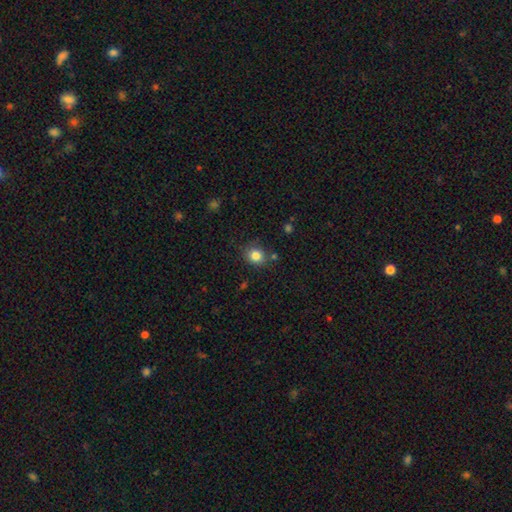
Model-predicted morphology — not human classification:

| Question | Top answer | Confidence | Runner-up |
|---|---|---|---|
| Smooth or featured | smooth | 83% | star or artifact (11%) |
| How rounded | round | 78% | in between (21%) |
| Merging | none | 79% | minor disturbance (13%) |